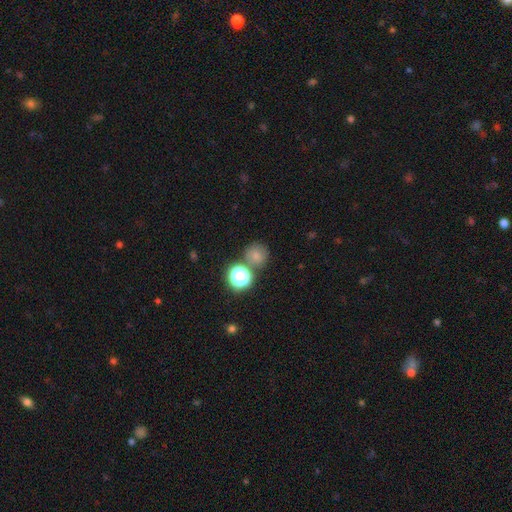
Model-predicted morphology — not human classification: A smooth galaxy with no disk features (72%) that is round (89%). Merging: none (70%).